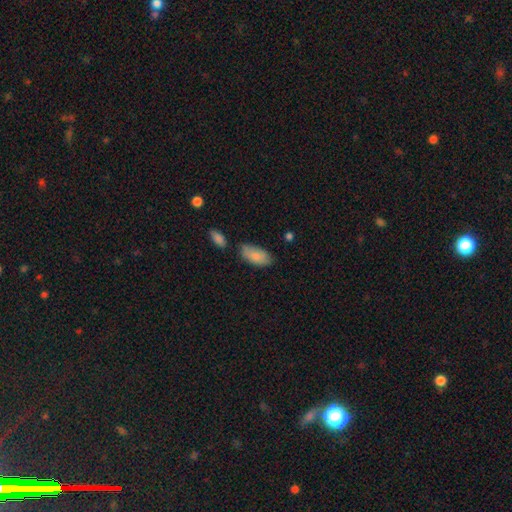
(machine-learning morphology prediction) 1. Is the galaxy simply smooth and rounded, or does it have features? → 83% smooth, 11% featured or disk, 6% star or artifact.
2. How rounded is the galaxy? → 91% in between, 7% cigar-shaped, 2% round.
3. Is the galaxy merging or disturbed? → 63% none, 24% minor disturbance, 8% merger, 5% major disturbance.